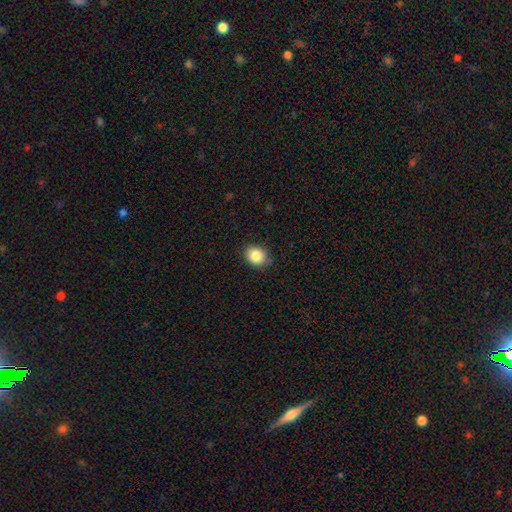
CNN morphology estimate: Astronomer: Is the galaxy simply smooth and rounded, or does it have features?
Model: smooth — 85%.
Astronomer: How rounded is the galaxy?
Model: round — 63%.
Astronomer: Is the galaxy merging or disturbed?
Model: none — 82%.